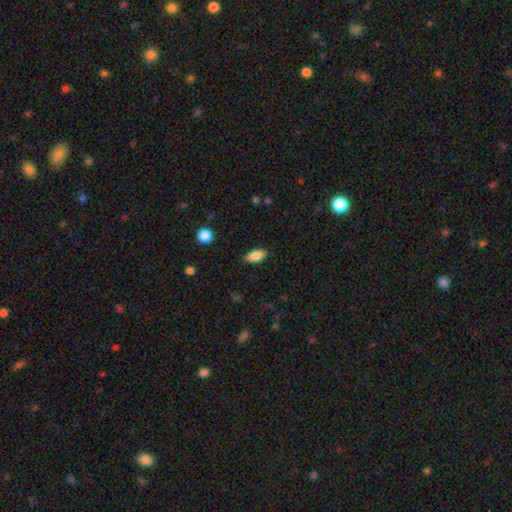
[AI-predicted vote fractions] Overall: smooth (81%). How rounded: in between (88%). Merging: none (86%).